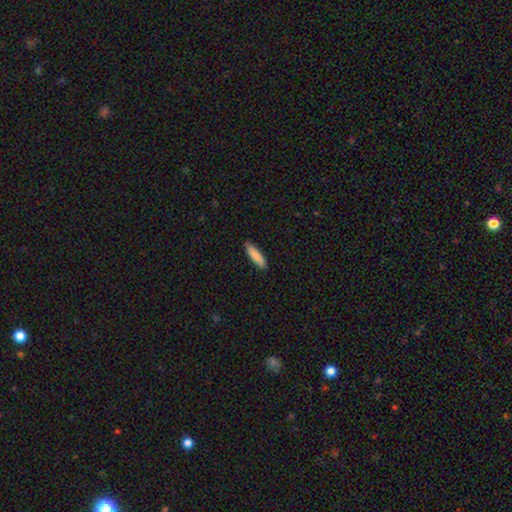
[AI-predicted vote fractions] Overall: smooth (84%). How rounded: cigar-shaped (71%). Merging: none (88%).